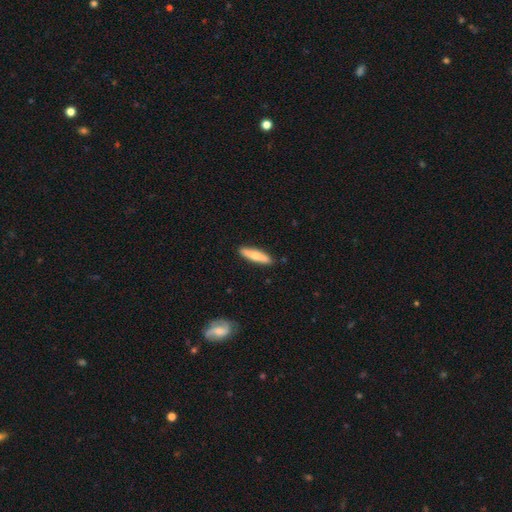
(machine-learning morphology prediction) The model was most divided on "smooth or featured": smooth: 67%, featured or disk: 28%, star or artifact: 5%. More confident: merging — none (89%); how rounded — cigar-shaped (78%).